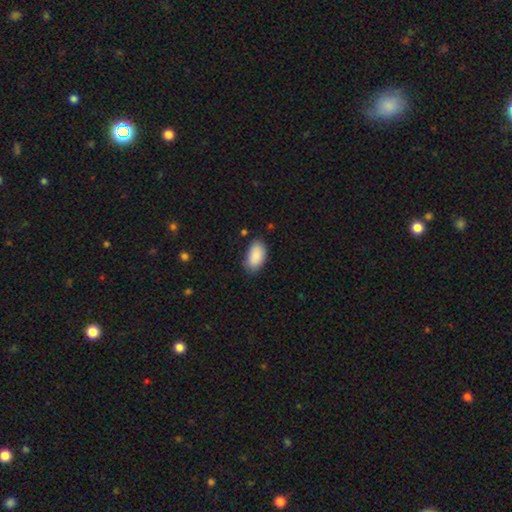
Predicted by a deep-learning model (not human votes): Morphology: type=smooth (89%); roundness=in between (94%); merging=none (76%).